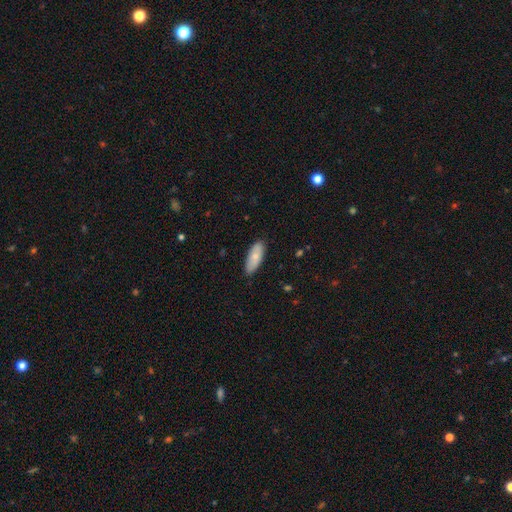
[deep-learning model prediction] Smooth or featured?
  - smooth: 77% *
  - featured or disk: 17%
  - star or artifact: 6%
How rounded?
  - in between: 78% *
  - cigar-shaped: 20%
  - round: 2%
Merging?
  - none: 83% *
  - minor disturbance: 14%
  - major disturbance: 2%
  - merger: 1%